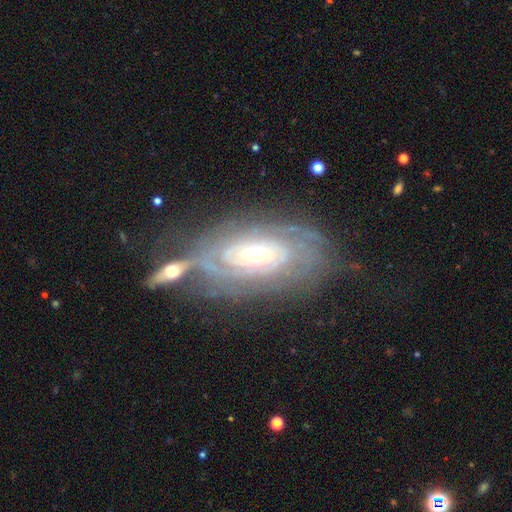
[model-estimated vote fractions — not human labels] Smooth or featured?
  - featured or disk: 85% *
  - smooth: 9%
  - star or artifact: 6%
Edge-on disk?
  - no: 92% *
  - yes: 8%
Bar?
  - no: 70% *
  - weak: 22%
  - strong: 9%
Spiral arms?
  - yes: 89% *
  - no: 11%
Spiral winding?
  - tight: 79% *
  - medium: 16%
  - loose: 5%
Spiral arm count?
  - can't tell: 50% *
  - 2: 20%
  - 3: 12%
  - 4: 7%
  - more than 4: 6%
  - 1: 5%
Bulge size?
  - moderate: 62% *
  - small: 30%
  - large: 6%
  - dominant: 1%
  - none: 1%
Merging?
  - none: 56% *
  - minor disturbance: 17%
  - merger: 16%
  - major disturbance: 11%